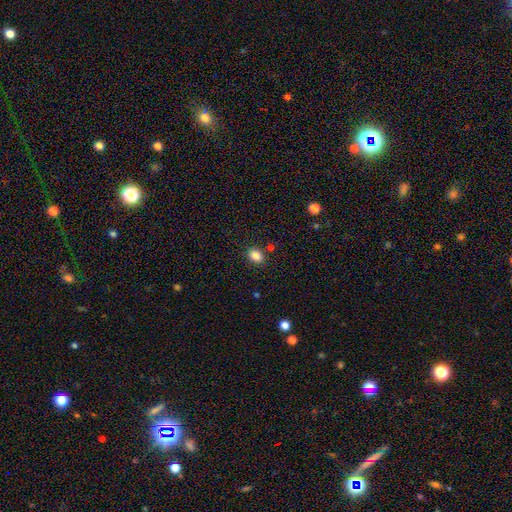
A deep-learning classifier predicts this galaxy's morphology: smooth-or-featured: smooth: 86% | star or artifact: 10% | featured or disk: 4%
  how-rounded: in between: 68% | round: 31% | cigar-shaped: 1%
  merging: none: 83% | minor disturbance: 10% | merger: 4% | major disturbance: 3%